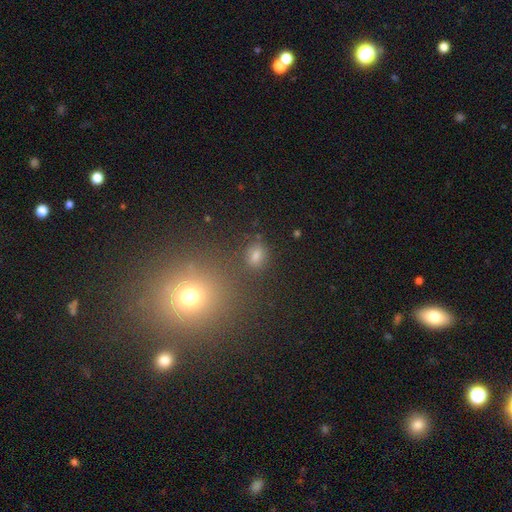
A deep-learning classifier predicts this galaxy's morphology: Smooth or featured? Predicted: smooth (p=0.66). How rounded? Predicted: round (p=0.60). Merging? Predicted: none (p=0.80).